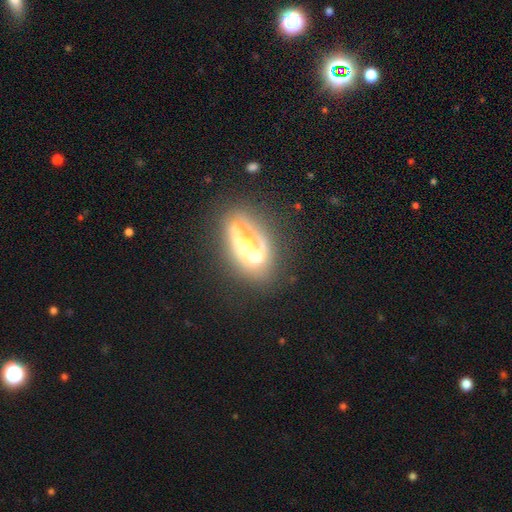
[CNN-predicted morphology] smooth-or-featured: featured or disk: 67% | smooth: 23% | star or artifact: 11%
  disk-edge-on: no: 92% | yes: 8%
    bar: no: 65% | weak: 20% | strong: 15%
    has-spiral-arms: no: 59% | yes: 41%
    bulge-size: moderate: 48% | large: 20% | small: 19% | none: 9% | dominant: 4%
  merging: none: 47% | major disturbance: 21% | minor disturbance: 21% | merger: 12%